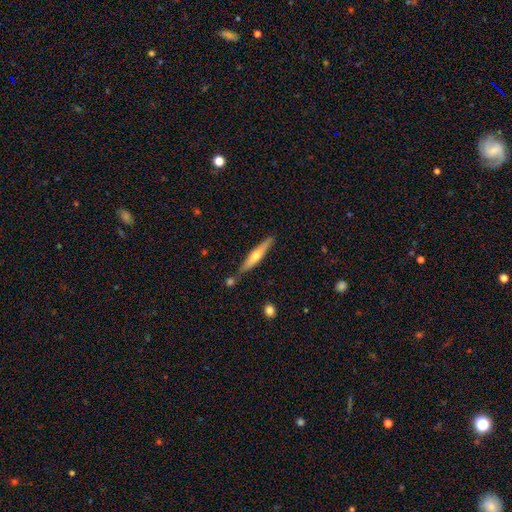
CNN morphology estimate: Smooth or featured? featured or disk (51%)
Edge-on disk? yes (93%)
Merging? none (75%)